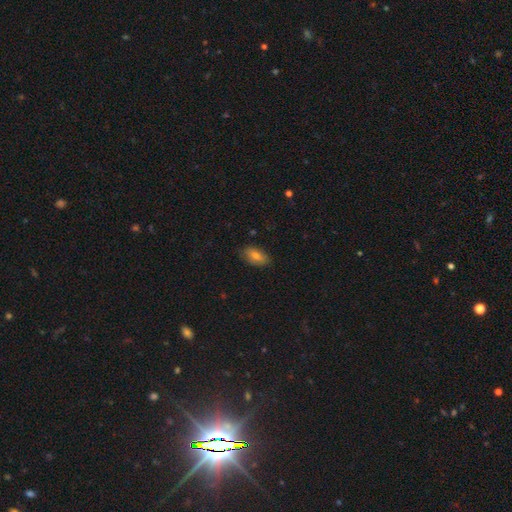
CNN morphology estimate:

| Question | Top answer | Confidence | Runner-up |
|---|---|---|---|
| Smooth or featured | smooth | 73% | featured or disk (17%) |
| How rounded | in between | 88% | cigar-shaped (7%) |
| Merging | none | 83% | minor disturbance (14%) |